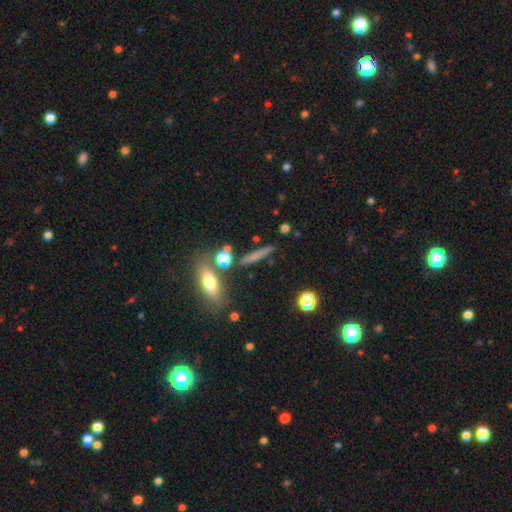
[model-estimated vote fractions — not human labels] Smooth or featured? Predicted: smooth (p=0.64). How rounded? Predicted: cigar-shaped (p=0.82). Merging? Predicted: none (p=0.79).